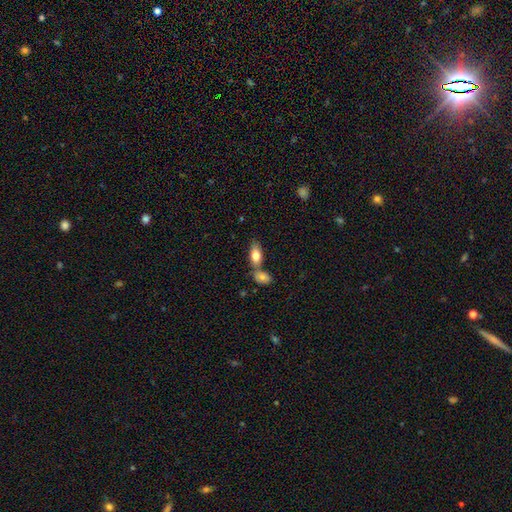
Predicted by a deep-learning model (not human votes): smooth 76%, featured or disk 18%, star or artifact 7%. Down the decision tree: how rounded — in between (86%); merging — none (50%).